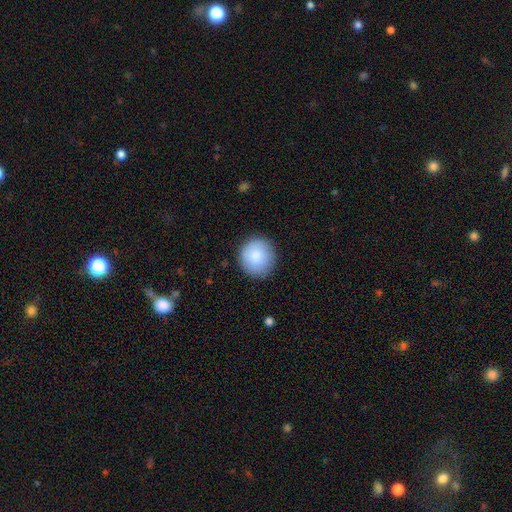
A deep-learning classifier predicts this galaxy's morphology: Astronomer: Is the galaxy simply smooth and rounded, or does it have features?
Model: smooth — 87%.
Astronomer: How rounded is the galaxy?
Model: round — 92%.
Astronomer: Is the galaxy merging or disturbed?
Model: none — 89%.